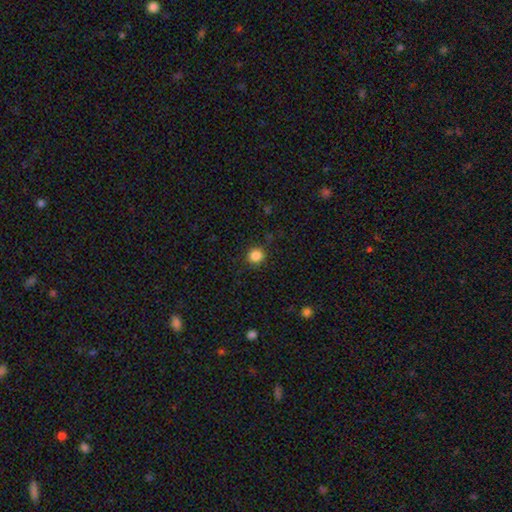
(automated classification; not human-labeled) A smooth galaxy with no disk features (86%) that is round (90%).

Vote fractions:
- Smooth or featured? smooth: 86% / star or artifact: 11% / featured or disk: 4%
- How rounded? round: 90% / in between: 9% / cigar-shaped: 1%
- Merging? none: 87% / minor disturbance: 9% / major disturbance: 3% / merger: 1%